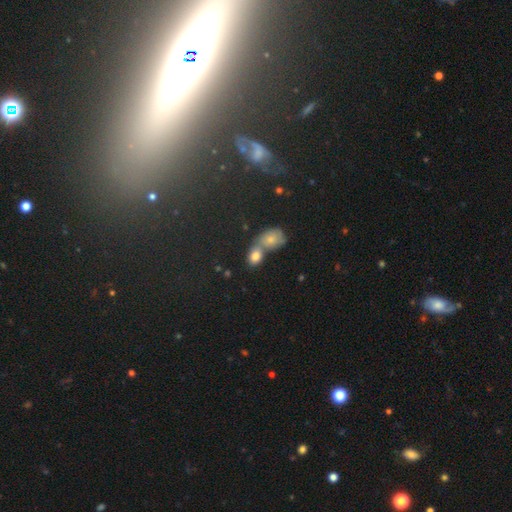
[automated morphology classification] A smooth galaxy with no disk features (72%) that is in between round and cigar-shaped (63%). Merging: merger (60%).